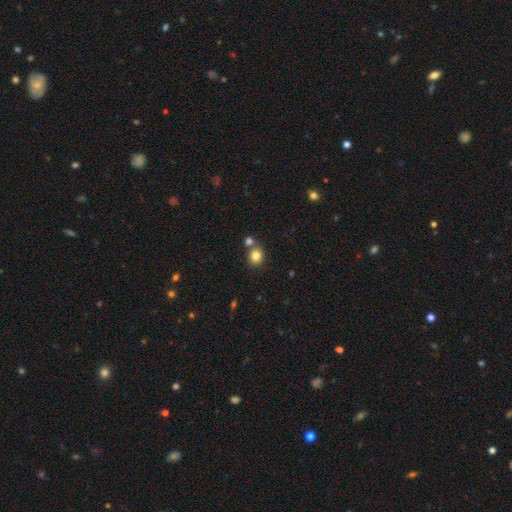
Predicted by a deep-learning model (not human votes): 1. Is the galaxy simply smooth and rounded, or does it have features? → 82% smooth, 11% star or artifact, 7% featured or disk.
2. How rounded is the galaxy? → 72% round, 27% in between, 1% cigar-shaped.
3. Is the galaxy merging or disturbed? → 65% none, 23% merger, 9% minor disturbance, 3% major disturbance.